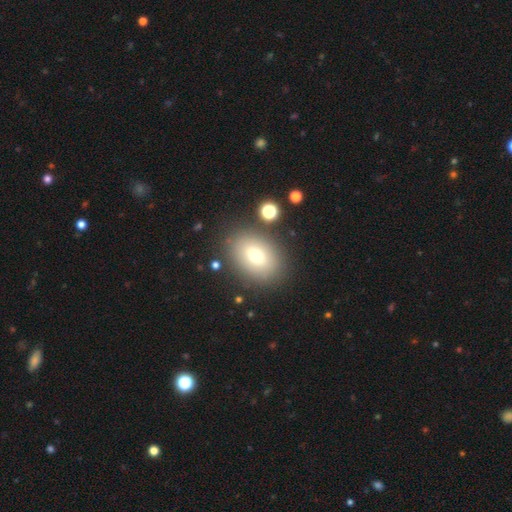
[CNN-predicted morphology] Overall: smooth (70%). How rounded: in between (78%). Merging: none (83%).